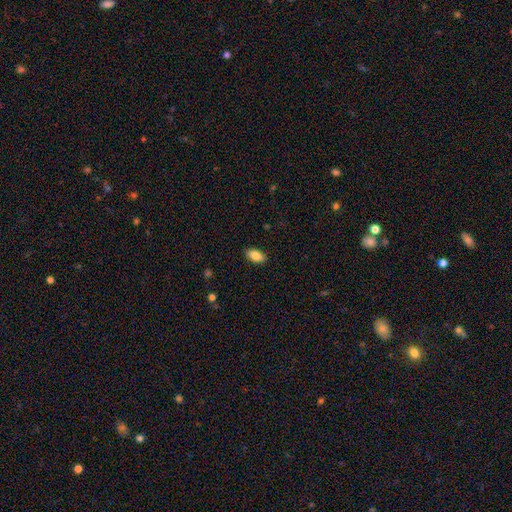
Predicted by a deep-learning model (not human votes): Q: Smooth or featured?
A: smooth (86%); runner-up: featured or disk (7%)
Q: How rounded?
A: in between (92%); runner-up: cigar-shaped (5%)
Q: Merging?
A: none (89%); runner-up: minor disturbance (8%)